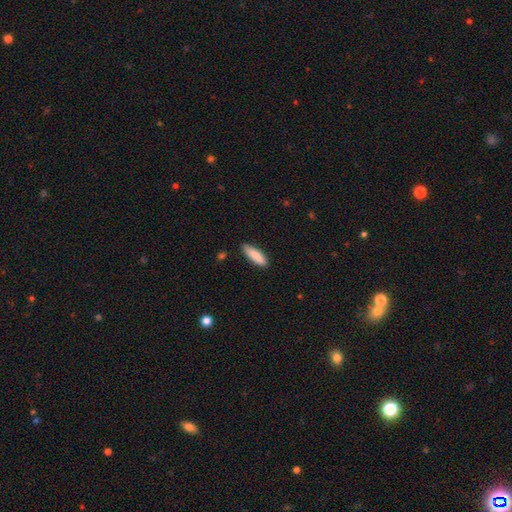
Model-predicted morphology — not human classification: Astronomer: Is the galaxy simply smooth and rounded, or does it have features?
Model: smooth — 88%.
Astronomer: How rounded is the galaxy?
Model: cigar-shaped — 51% (runner-up: in between, 48%).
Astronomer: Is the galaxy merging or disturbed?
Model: none — 84%.